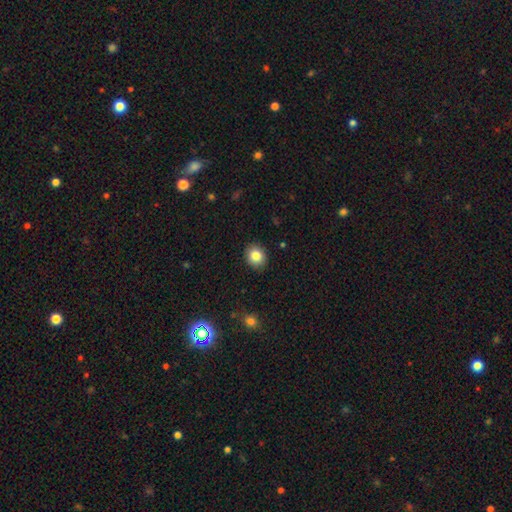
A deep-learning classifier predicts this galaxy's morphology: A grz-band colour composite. It shows a smooth galaxy with no disk features (83%) that is round (72%). Merging: none (90%).